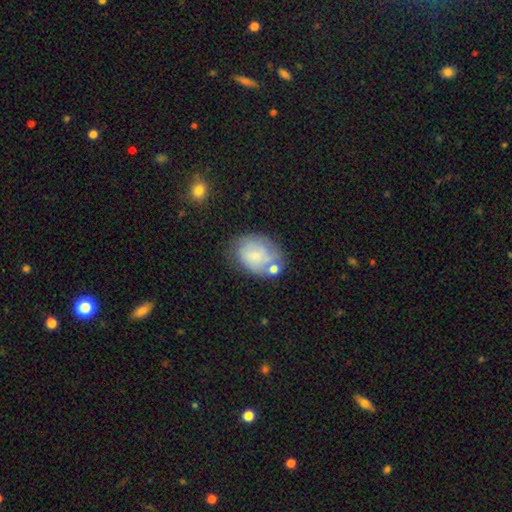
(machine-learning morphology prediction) smooth_or_featured: smooth (p=0.60) [alt: featured or disk p=0.31]
how_rounded: in between (p=0.69) [alt: round p=0.30]
merging: none (p=0.53) [alt: minor disturbance p=0.25]